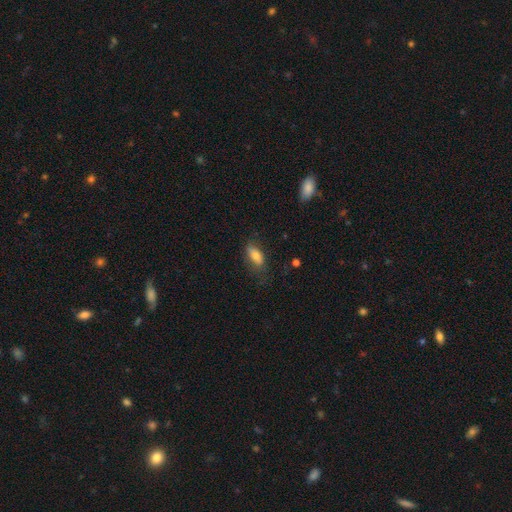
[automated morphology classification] Smooth or featured?
  - smooth: 76% *
  - featured or disk: 16%
  - star or artifact: 8%
How rounded?
  - in between: 82% *
  - cigar-shaped: 15%
  - round: 4%
Merging?
  - none: 59% *
  - minor disturbance: 27%
  - major disturbance: 12%
  - merger: 2%